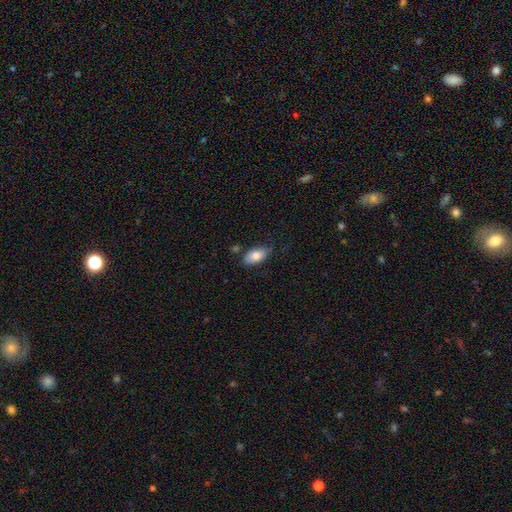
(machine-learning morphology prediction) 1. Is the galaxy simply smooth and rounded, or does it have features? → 82% smooth, 11% featured or disk, 7% star or artifact.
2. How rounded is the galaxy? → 93% in between, 4% cigar-shaped, 3% round.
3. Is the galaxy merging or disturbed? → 75% none, 18% minor disturbance, 4% merger, 4% major disturbance.